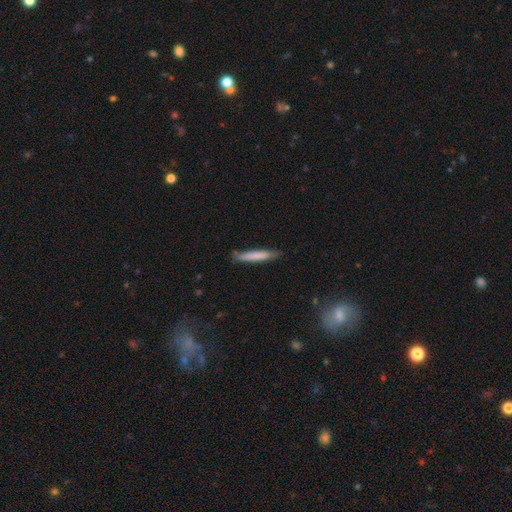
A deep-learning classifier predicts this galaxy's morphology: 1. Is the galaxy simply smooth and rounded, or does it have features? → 72% smooth, 23% featured or disk, 5% star or artifact.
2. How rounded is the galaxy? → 94% cigar-shaped, 5% in between, 1% round.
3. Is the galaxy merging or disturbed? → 80% none, 16% minor disturbance, 2% major disturbance, 2% merger.